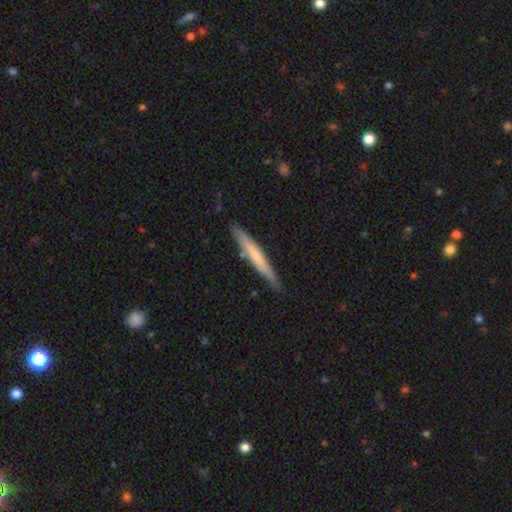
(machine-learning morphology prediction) smooth_or_featured: smooth (p=0.55) [alt: featured or disk p=0.40]
how_rounded: cigar-shaped (p=0.95) [alt: in between p=0.04]
merging: none (p=0.84) [alt: minor disturbance p=0.11]